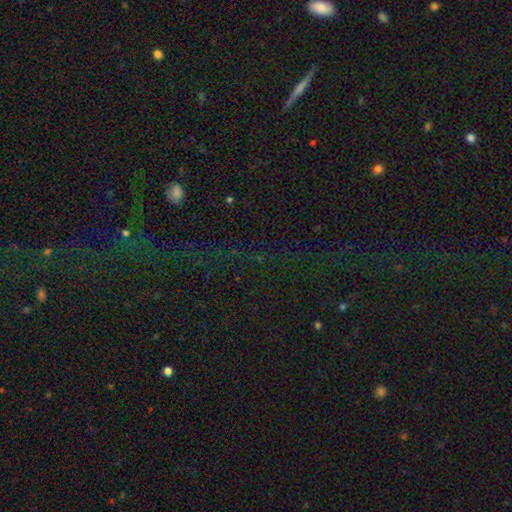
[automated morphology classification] Smooth or featured? star or artifact (75%)